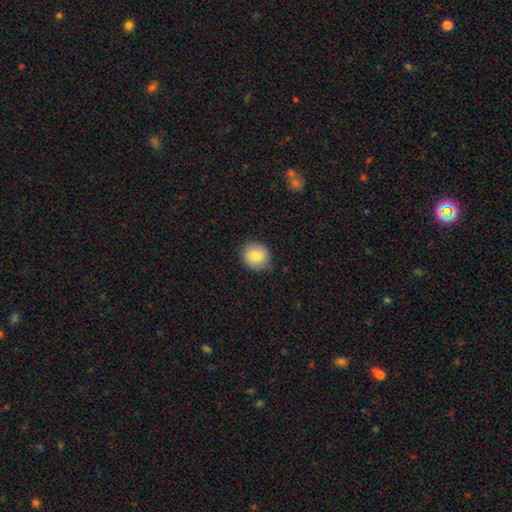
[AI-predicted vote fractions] smooth_or_featured: smooth (p=0.82) [alt: featured or disk p=0.10]
how_rounded: round (p=0.85) [alt: in between p=0.14]
merging: none (p=0.82) [alt: minor disturbance p=0.14]